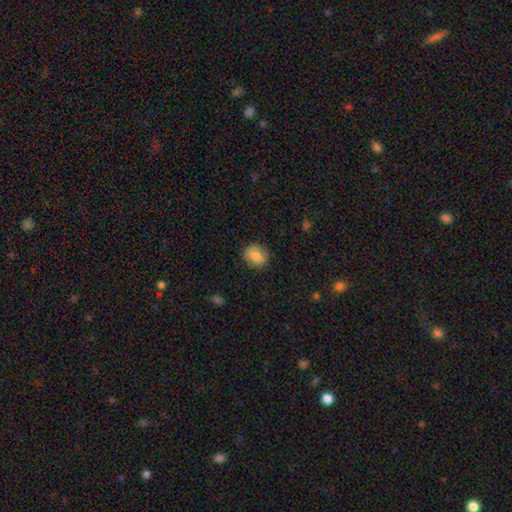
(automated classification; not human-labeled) A smooth galaxy with no disk features (83%) that is in between round and cigar-shaped (52%).

Vote fractions:
- Smooth or featured? smooth: 83% / featured or disk: 10% / star or artifact: 8%
- How rounded? in between: 52% / round: 47% / cigar-shaped: 1%
- Merging? none: 83% / minor disturbance: 13% / major disturbance: 3% / merger: 1%